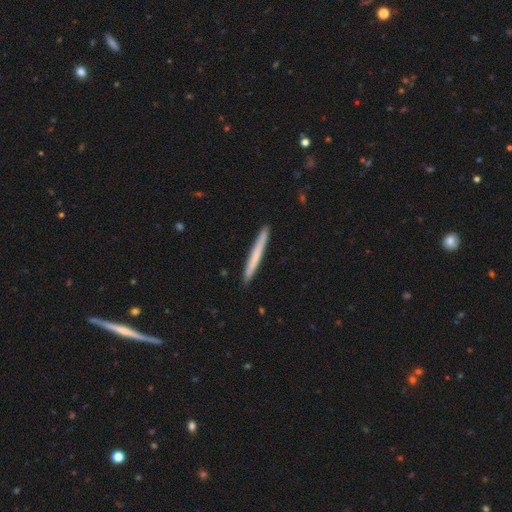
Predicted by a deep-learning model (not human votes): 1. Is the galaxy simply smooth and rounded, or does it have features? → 63% smooth, 32% featured or disk, 5% star or artifact.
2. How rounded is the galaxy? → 97% cigar-shaped, 2% in between, 1% round.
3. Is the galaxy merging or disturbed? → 92% none, 6% minor disturbance, 1% major disturbance, 1% merger.